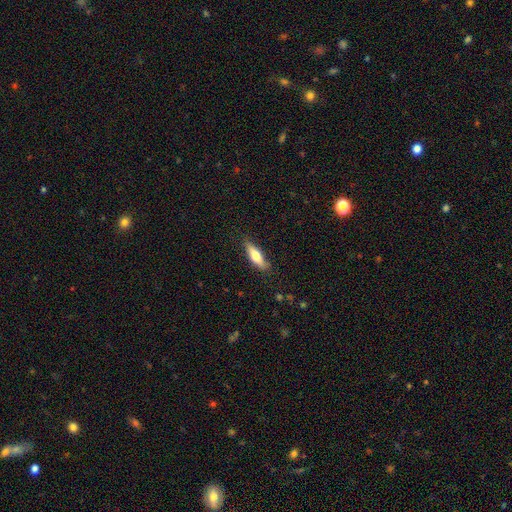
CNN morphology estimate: Q: Smooth or featured?
A: smooth (63%); runner-up: featured or disk (31%)
Q: How rounded?
A: cigar-shaped (55%); runner-up: in between (43%)
Q: Merging?
A: none (82%); runner-up: minor disturbance (14%)